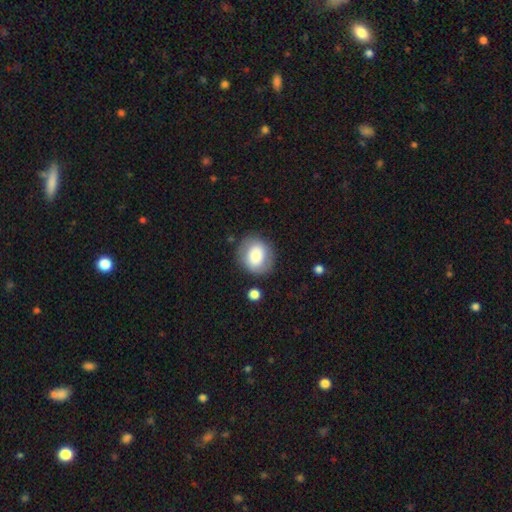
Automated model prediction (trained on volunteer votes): The model was most divided on "how rounded": round: 68%, in between: 31%, cigar-shaped: 1%. More confident: merging — none (78%); smooth or featured — smooth (75%).